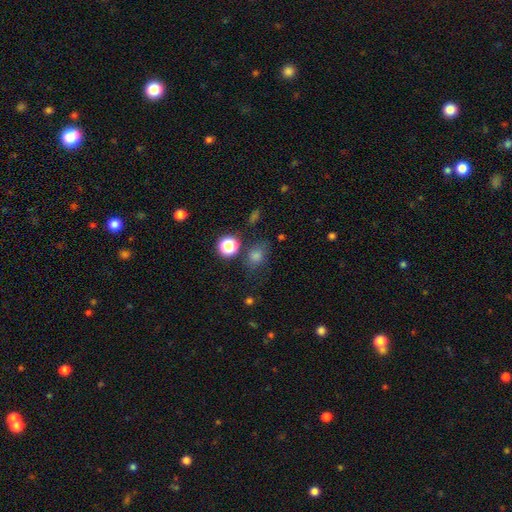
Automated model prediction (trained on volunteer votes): The model was most divided on "how rounded": round: 55%, in between: 43%, cigar-shaped: 2%. More confident: smooth or featured — smooth (72%); merging — none (69%).